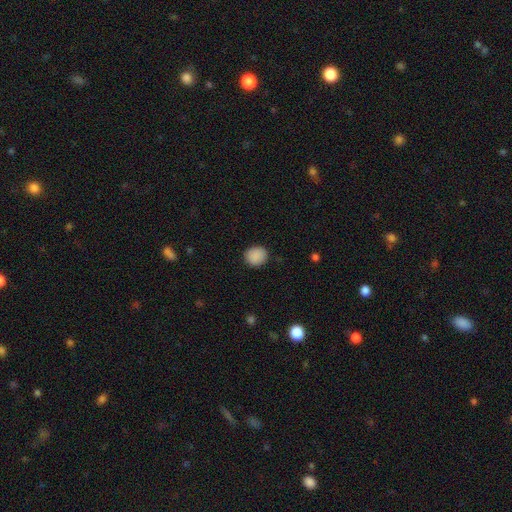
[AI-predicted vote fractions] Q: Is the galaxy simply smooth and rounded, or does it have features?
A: smooth — 89%.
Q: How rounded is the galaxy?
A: round — 82%.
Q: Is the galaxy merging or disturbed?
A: none — 89%.